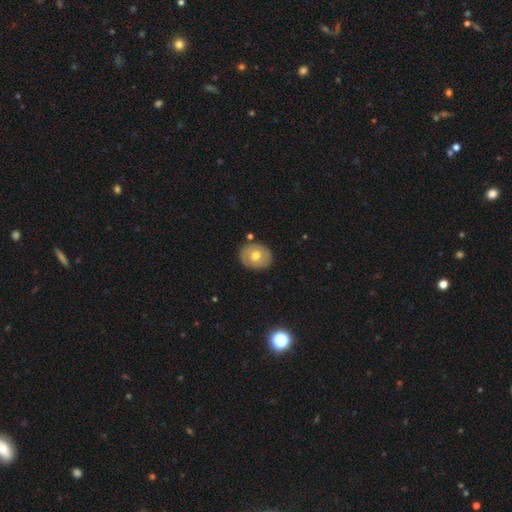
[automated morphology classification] A smooth galaxy with no disk features (60%) that is round (67%). Merging: none (86%).